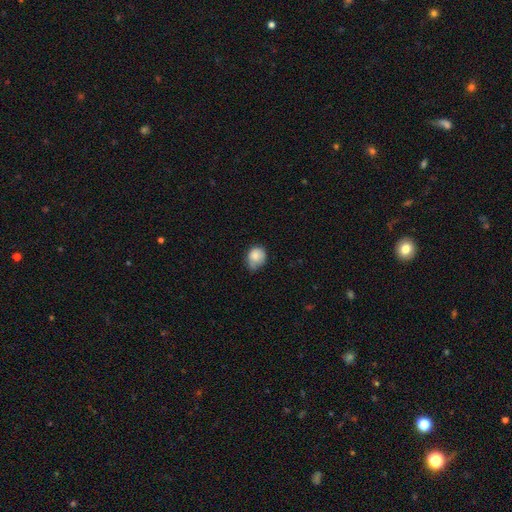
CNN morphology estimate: Smooth or featured: smooth — 82% (featured or disk — 10%)
How rounded: round — 62% (in between — 37%)
Merging: minor disturbance — 44% (none — 43%)